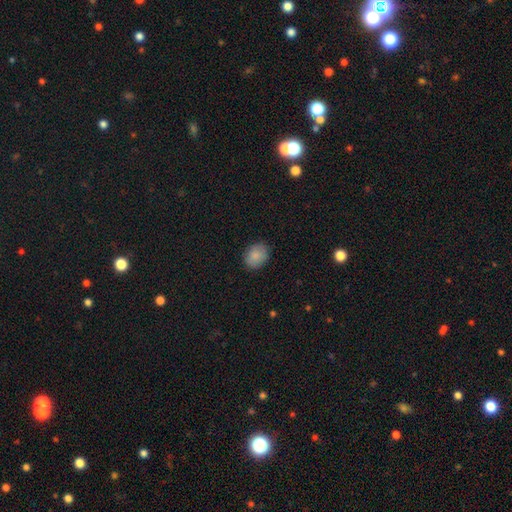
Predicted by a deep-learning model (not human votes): This is clearly a smooth galaxy (87%). How rounded: possibly in between (55%). Merging: clearly none (87%).